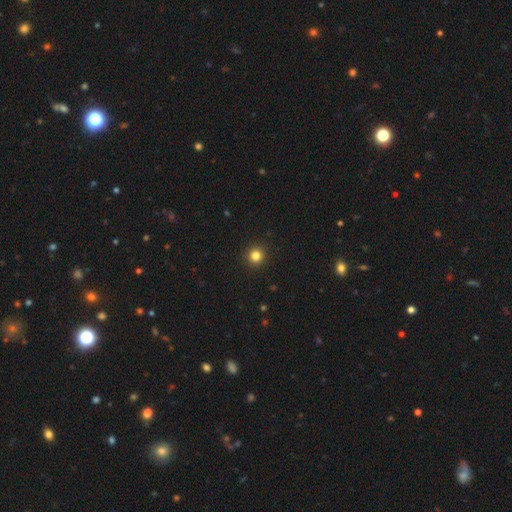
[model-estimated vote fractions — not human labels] smooth-or-featured: smooth: 82% | star or artifact: 13% | featured or disk: 5%
  how-rounded: round: 95% | in between: 4% | cigar-shaped: 1%
  merging: none: 93% | minor disturbance: 4% | major disturbance: 2% | merger: 1%